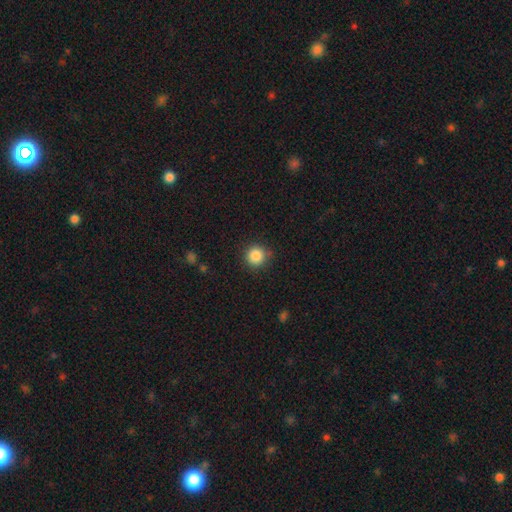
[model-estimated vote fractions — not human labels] Smooth or featured: smooth — 86% (star or artifact — 10%)
How rounded: round — 94% (in between — 5%)
Merging: none — 87% (minor disturbance — 8%)